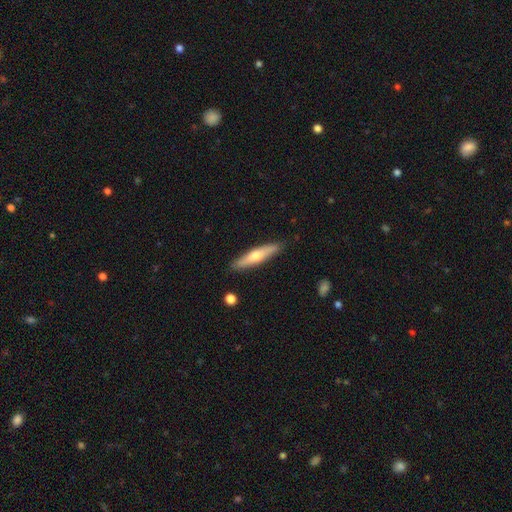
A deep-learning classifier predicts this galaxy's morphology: Smooth or featured?
  - smooth: 50% *
  - featured or disk: 45%
  - star or artifact: 6%
Merging?
  - none: 88% *
  - minor disturbance: 9%
  - major disturbance: 2%
  - merger: 1%